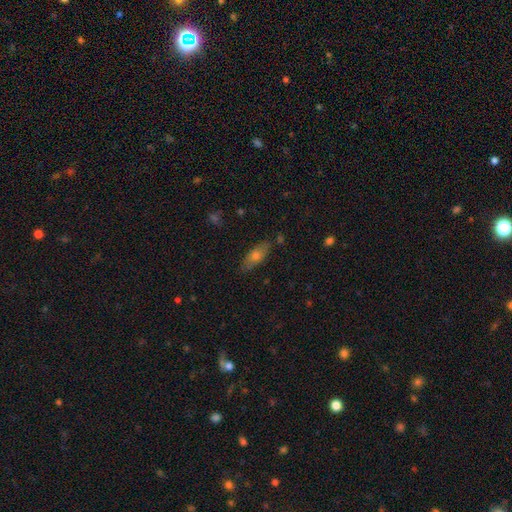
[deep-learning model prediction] Smooth or featured? smooth (63%)
How rounded? in between (67%)
Merging? none (81%)